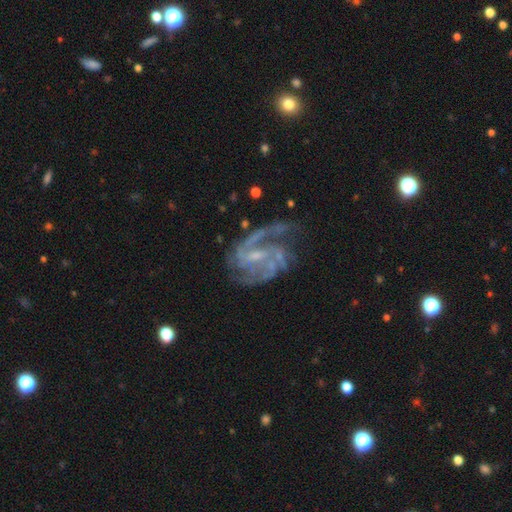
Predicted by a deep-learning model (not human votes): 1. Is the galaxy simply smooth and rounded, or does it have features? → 89% featured or disk, 6% star or artifact, 4% smooth.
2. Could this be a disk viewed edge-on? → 98% no, 2% yes.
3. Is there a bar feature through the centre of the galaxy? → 55% weak, 24% strong, 22% no.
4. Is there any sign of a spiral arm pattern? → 96% yes, 4% no.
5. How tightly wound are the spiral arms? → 52% medium, 29% tight, 19% loose.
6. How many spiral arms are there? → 45% 2, 21% 3, 16% can't tell, 7% 4, 6% 1, 5% more than 4.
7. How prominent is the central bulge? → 55% small, 22% moderate, 21% none, 2% large, 1% dominant.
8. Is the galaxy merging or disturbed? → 56% none, 20% major disturbance, 20% minor disturbance, 4% merger.